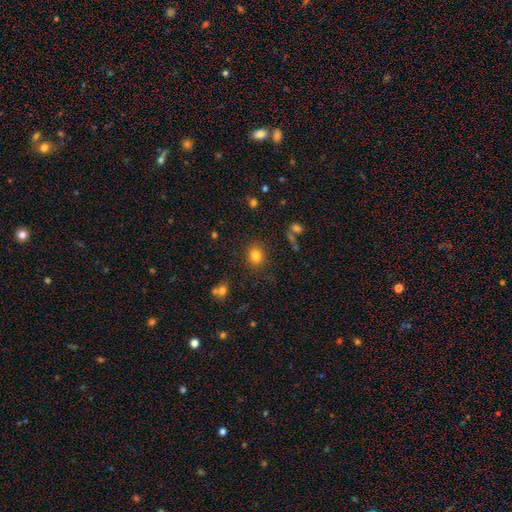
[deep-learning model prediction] smooth_or_featured: smooth (p=0.81) [alt: star or artifact p=0.12]
how_rounded: round (p=0.73) [alt: in between p=0.26]
merging: none (p=0.85) [alt: minor disturbance p=0.09]